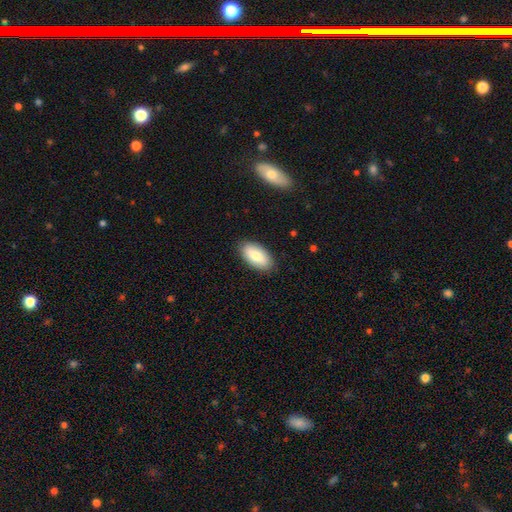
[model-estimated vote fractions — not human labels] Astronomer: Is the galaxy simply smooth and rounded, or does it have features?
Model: smooth — 80%.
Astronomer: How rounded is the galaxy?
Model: in between — 94%.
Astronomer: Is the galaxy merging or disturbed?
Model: none — 87%.